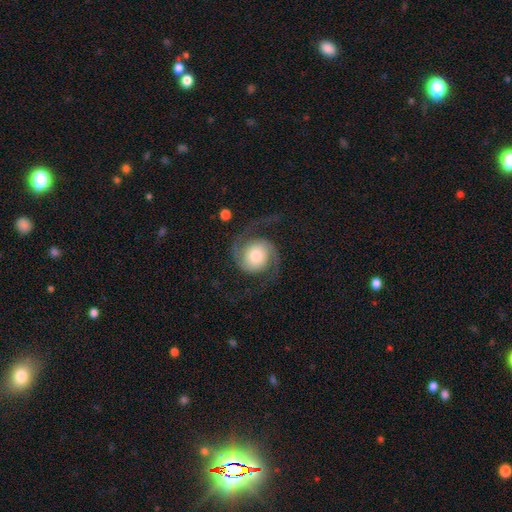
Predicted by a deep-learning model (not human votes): This is clearly a featured or disk galaxy (87%). It is clearly not viewed edge-on (98%). Bar: likely no (76%). Spiral arm pattern: clearly yes (98%). Spiral arm count: clearly 2 (94%). Spiral winding: possibly medium (48%). Central bulge: marginally moderate (44%). Merging: likely none (76%).